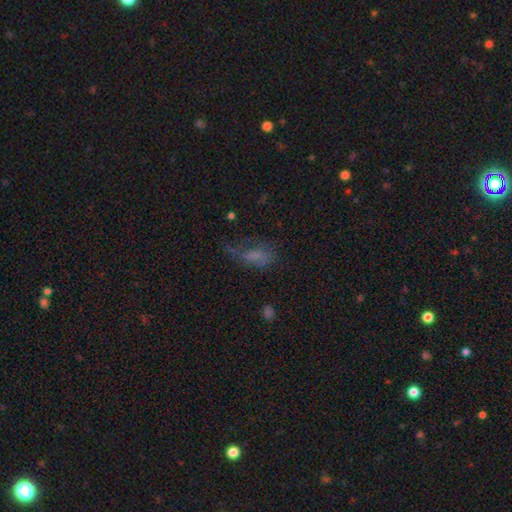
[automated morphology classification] This is possibly a smooth galaxy (51%). How rounded: likely in between (78%). Merging: marginally major disturbance (36%).